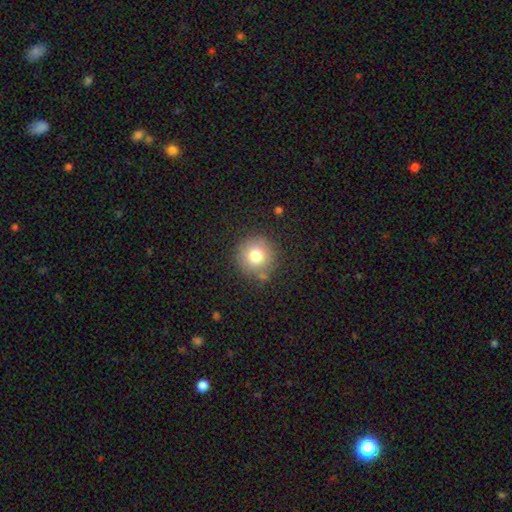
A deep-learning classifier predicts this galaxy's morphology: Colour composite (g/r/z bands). It shows a smooth galaxy with no disk features (78%) that is round (94%). Merging: none (82%).